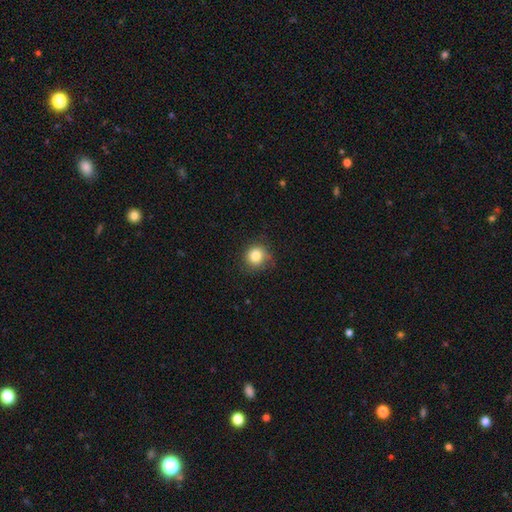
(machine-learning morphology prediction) This appears to be a smooth galaxy with no disk features (82%) that is round (89%). Merging: none (76%).